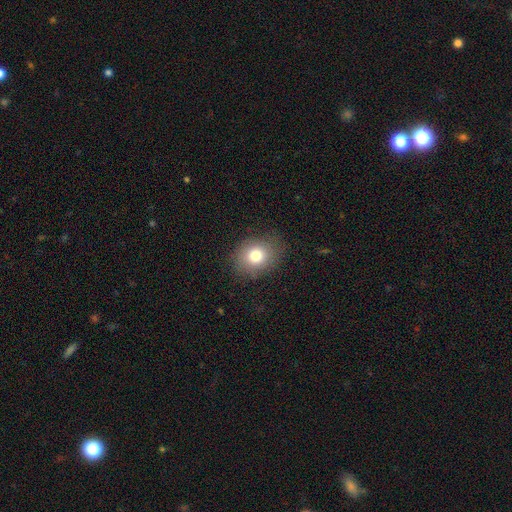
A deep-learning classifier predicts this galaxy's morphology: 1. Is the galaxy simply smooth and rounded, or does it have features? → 78% smooth, 11% star or artifact, 11% featured or disk.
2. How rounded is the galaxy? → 56% round, 43% in between, 1% cigar-shaped.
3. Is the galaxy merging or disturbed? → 81% none, 13% minor disturbance, 5% major disturbance, 1% merger.